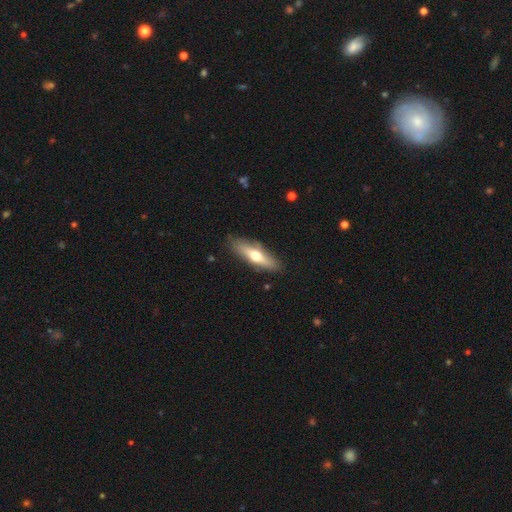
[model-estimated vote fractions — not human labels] This is possibly a smooth galaxy (51%). How rounded: likely cigar-shaped (62%). Merging: clearly none (83%).